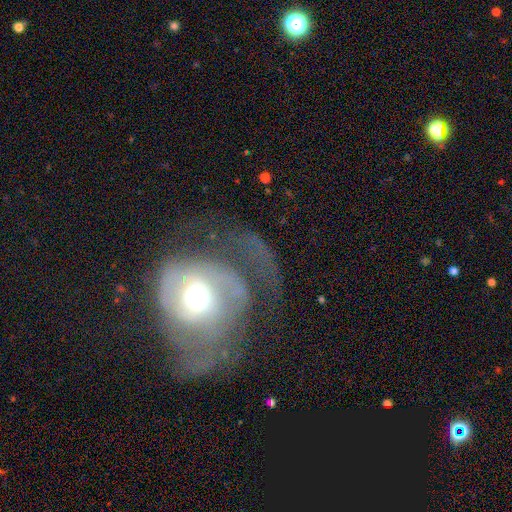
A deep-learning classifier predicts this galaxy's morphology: A featured or disk galaxy (70%) with no bar (72%), spiral arms (71%) and a moderate central bulge (68%). Merging: major disturbance (48%).